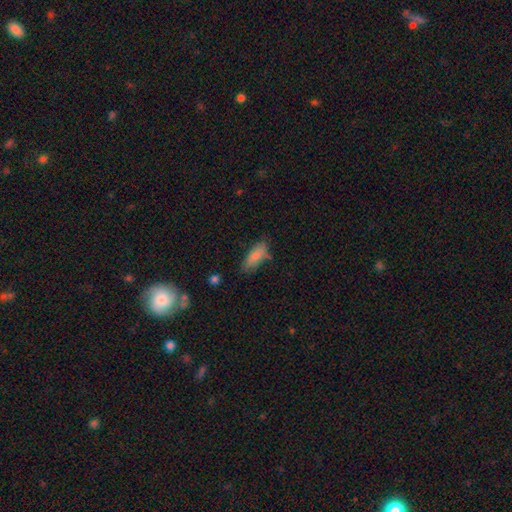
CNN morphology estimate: type=smooth (83%); roundness=in between (74%); merging=none (65%).